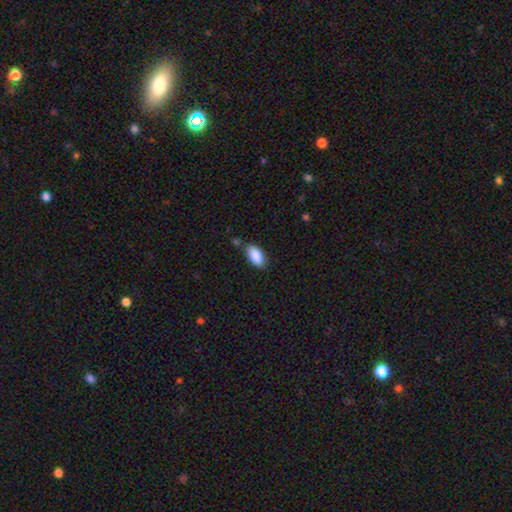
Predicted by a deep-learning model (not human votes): This appears to be a smooth galaxy with no disk features (88%) that is in between round and cigar-shaped (93%). Merging: none (72%).